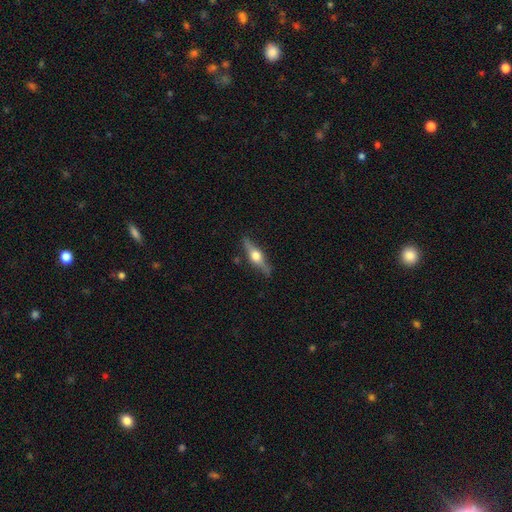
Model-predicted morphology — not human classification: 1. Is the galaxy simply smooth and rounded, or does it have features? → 68% featured or disk, 26% smooth, 6% star or artifact.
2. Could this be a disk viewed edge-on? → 95% yes, 5% no.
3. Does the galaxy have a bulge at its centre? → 95% rounded, 4% boxy, 2% none.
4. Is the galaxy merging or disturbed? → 85% none, 11% minor disturbance, 2% major disturbance, 1% merger.